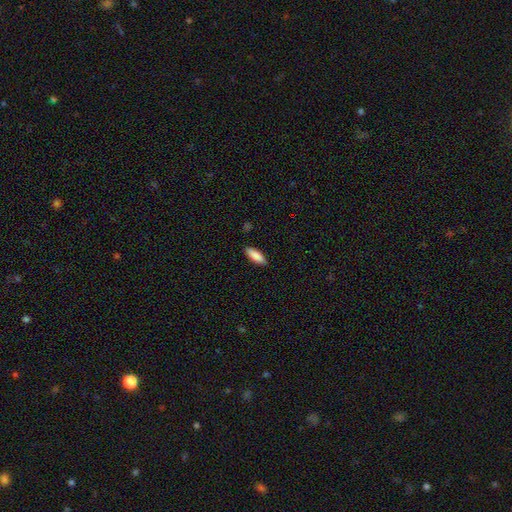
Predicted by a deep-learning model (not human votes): Morphology: type=smooth (87%); roundness=in between (60%); merging=none (88%).